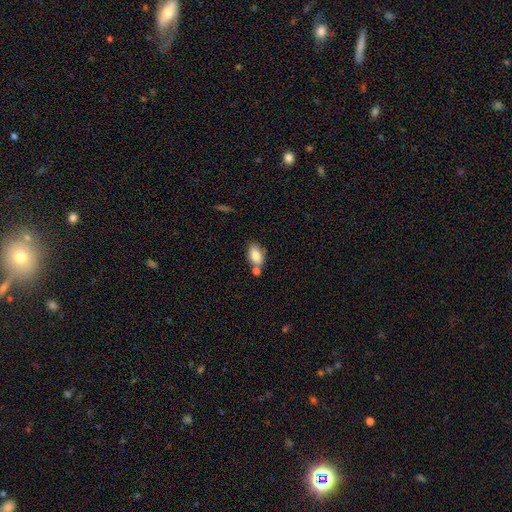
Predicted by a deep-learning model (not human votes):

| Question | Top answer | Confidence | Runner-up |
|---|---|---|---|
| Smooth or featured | smooth | 82% | featured or disk (11%) |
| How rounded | in between | 90% | round (7%) |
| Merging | none | 56% | merger (25%) |